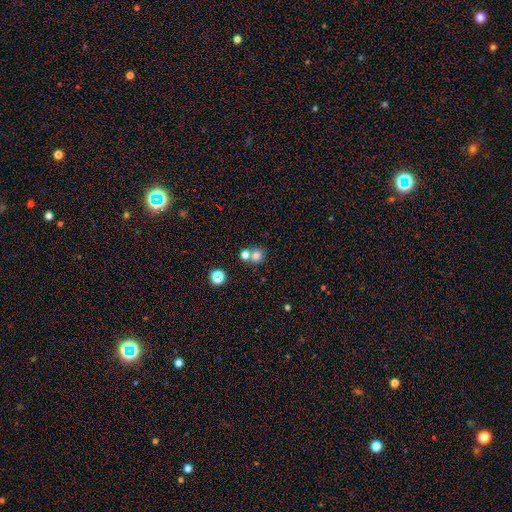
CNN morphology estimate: smooth_or_featured: smooth (p=0.75) [alt: star or artifact p=0.16]
how_rounded: round (p=0.83) [alt: in between p=0.16]
merging: none (p=0.52) [alt: merger p=0.38]